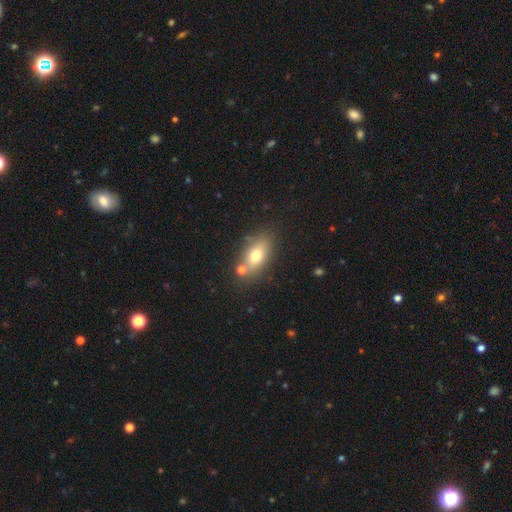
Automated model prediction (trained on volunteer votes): This appears to be a smooth galaxy with no disk features (72%) that is in between round and cigar-shaped (81%). Merging: none (71%).